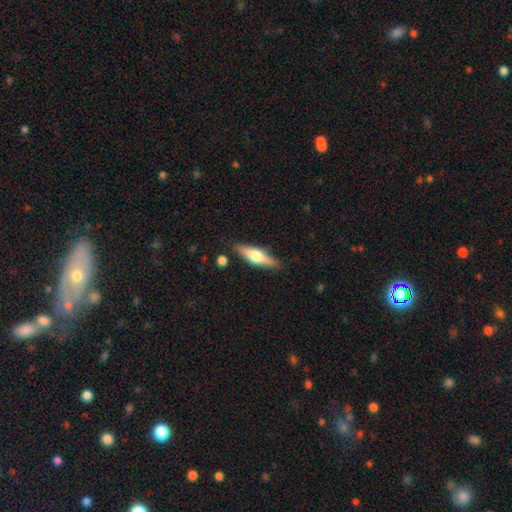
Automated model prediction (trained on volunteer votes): A featured or disk galaxy (50%).

Vote fractions:
- Smooth or featured? featured or disk: 50% / smooth: 45% / star or artifact: 6%
- Merging? none: 85% / minor disturbance: 10% / merger: 3% / major disturbance: 2%